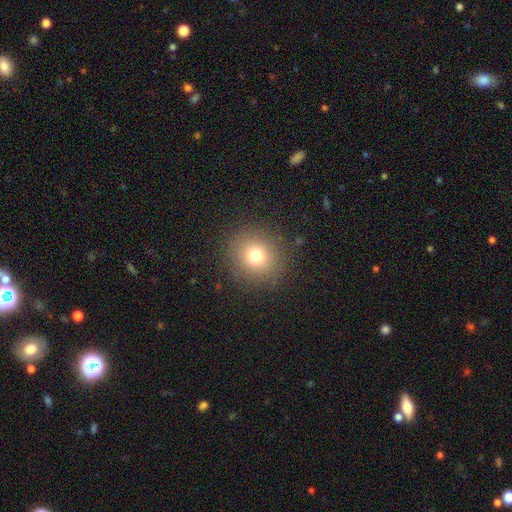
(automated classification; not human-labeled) Smooth or featured? Predicted: smooth (p=0.74). How rounded? Predicted: round (p=0.89). Merging? Predicted: none (p=0.88).